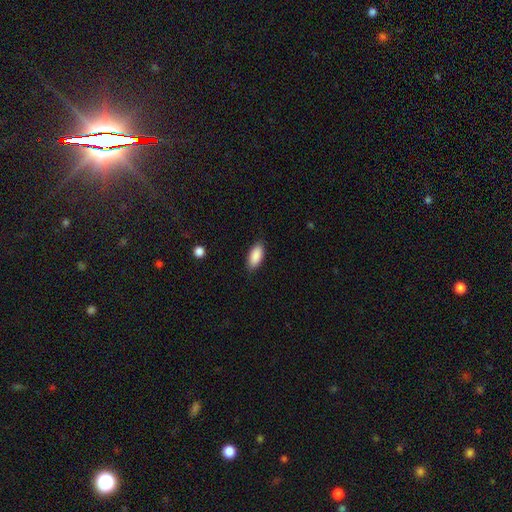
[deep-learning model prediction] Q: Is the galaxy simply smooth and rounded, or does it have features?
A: smooth — 90%.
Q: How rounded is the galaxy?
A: in between — 90%.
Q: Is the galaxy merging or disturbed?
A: none — 87%.